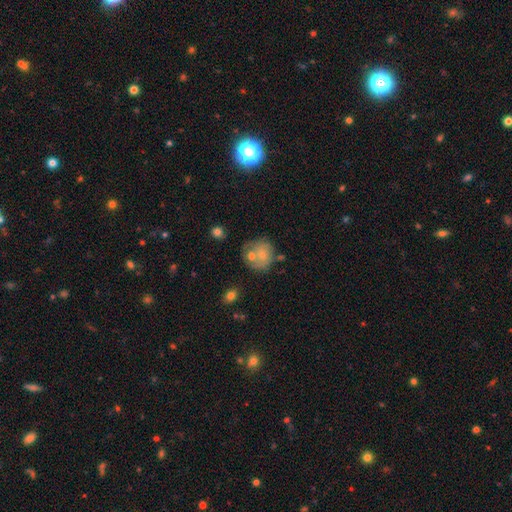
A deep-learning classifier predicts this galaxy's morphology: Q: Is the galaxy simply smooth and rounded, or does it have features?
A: smooth — 58%.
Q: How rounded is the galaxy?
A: round — 81%.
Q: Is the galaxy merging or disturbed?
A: none — 45%.